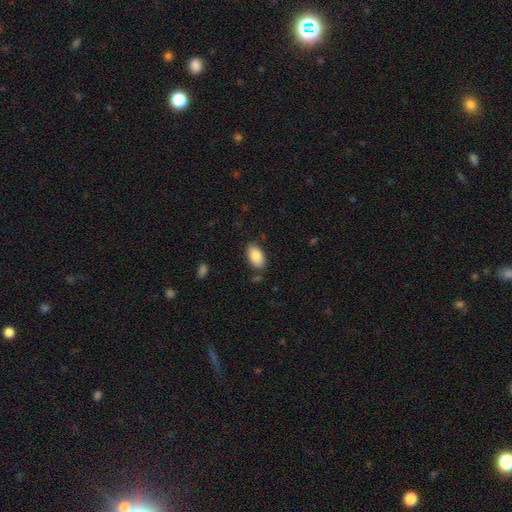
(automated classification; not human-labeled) Smooth or featured? Predicted: smooth (p=0.85). How rounded? Predicted: in between (p=0.95). Merging? Predicted: none (p=0.81).